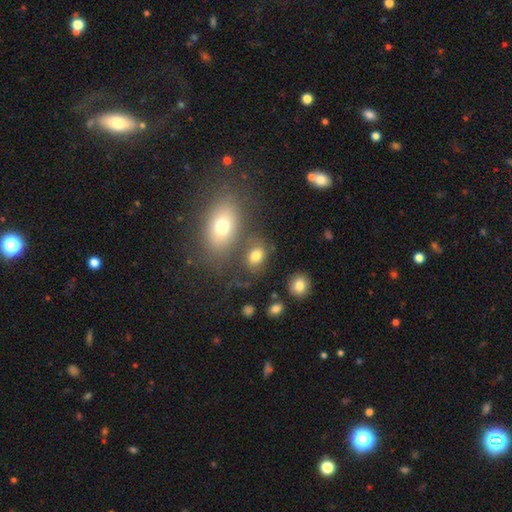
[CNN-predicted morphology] type=smooth (73%); roundness=in between (74%); merging=none (57%).